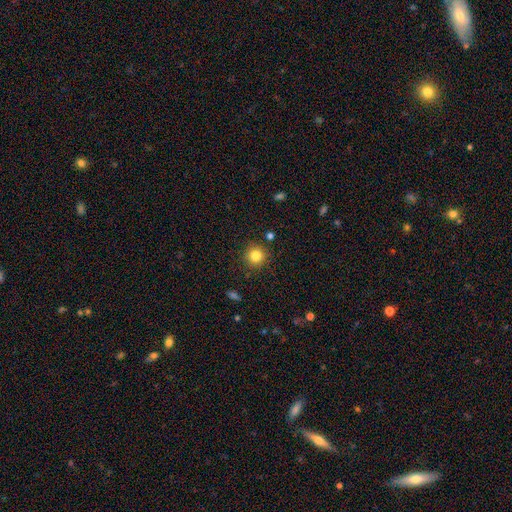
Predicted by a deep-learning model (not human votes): Smooth or featured: smooth — 83% (star or artifact — 11%)
How rounded: round — 94% (in between — 5%)
Merging: none — 89% (minor disturbance — 7%)